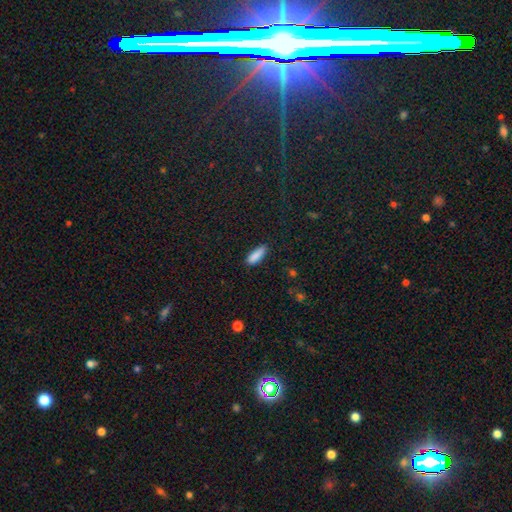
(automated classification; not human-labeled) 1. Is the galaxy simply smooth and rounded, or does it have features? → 88% smooth, 7% star or artifact, 5% featured or disk.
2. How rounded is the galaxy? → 59% in between, 39% cigar-shaped, 2% round.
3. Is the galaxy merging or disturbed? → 83% none, 13% minor disturbance, 3% major disturbance, 1% merger.